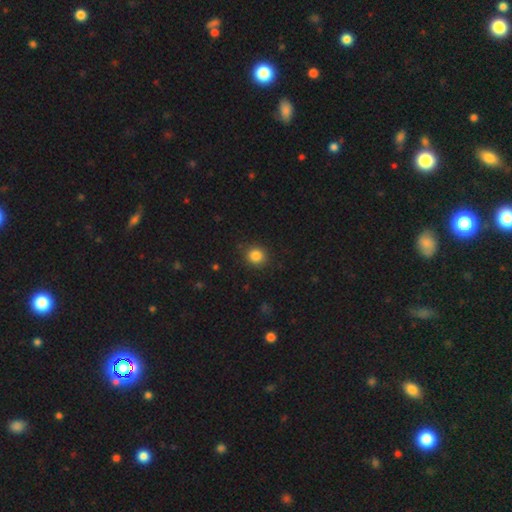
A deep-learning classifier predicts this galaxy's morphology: Smooth or featured? Predicted: smooth (p=0.85). How rounded? Predicted: round (p=0.84). Merging? Predicted: none (p=0.87).